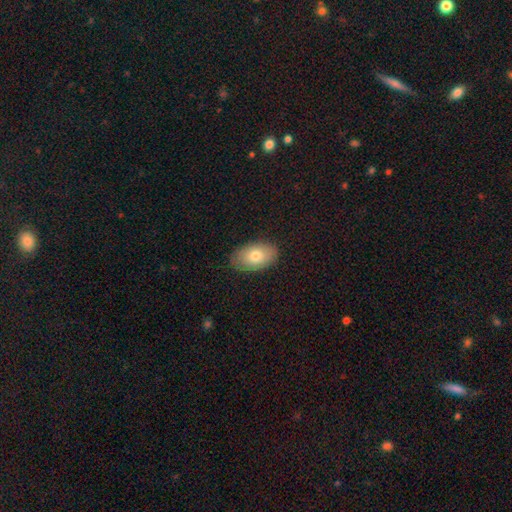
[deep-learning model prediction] Smooth or featured?
  - smooth: 76% *
  - featured or disk: 18%
  - star or artifact: 7%
How rounded?
  - in between: 92% *
  - round: 7%
  - cigar-shaped: 1%
Merging?
  - none: 84% *
  - minor disturbance: 12%
  - major disturbance: 3%
  - merger: 1%